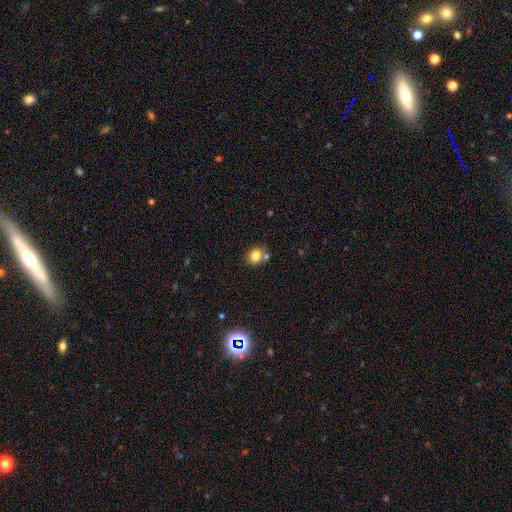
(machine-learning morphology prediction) The model was most divided on "merging": none: 62%, merger: 22%, minor disturbance: 12%, major disturbance: 4%. More confident: smooth or featured — smooth (81%); how rounded — round (70%).